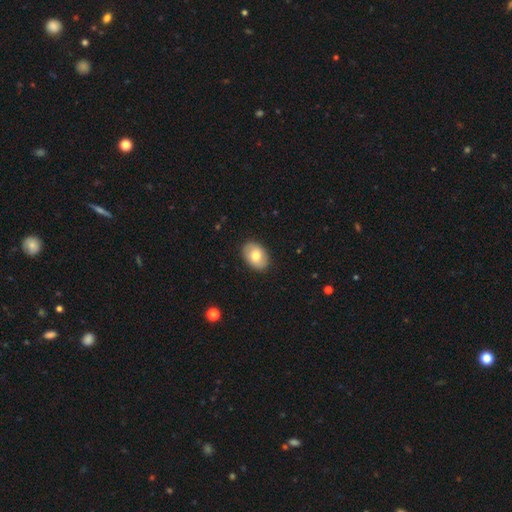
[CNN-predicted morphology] This is likely a smooth galaxy (74%). How rounded: clearly in between (84%). Merging: clearly none (88%).